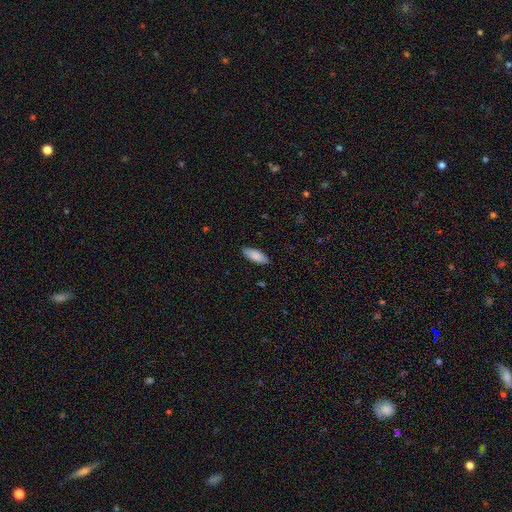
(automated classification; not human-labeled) The model was most divided on "how rounded": in between: 76%, cigar-shaped: 22%, round: 2%. More confident: smooth or featured — smooth (85%); merging — none (85%).